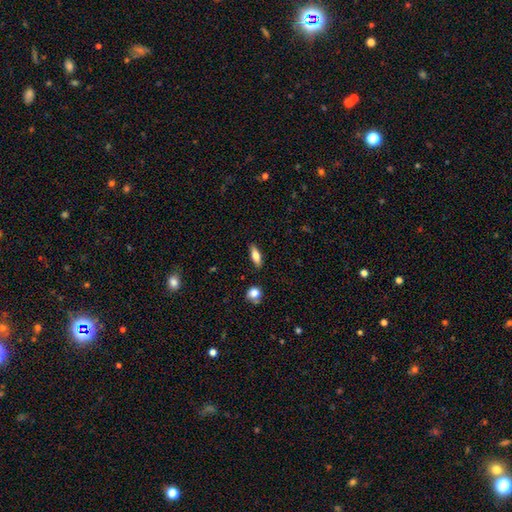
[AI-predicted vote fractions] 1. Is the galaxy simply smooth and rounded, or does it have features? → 71% smooth, 21% featured or disk, 7% star or artifact.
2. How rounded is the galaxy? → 64% in between, 32% cigar-shaped, 3% round.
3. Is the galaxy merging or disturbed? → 86% none, 10% minor disturbance, 2% major disturbance, 2% merger.